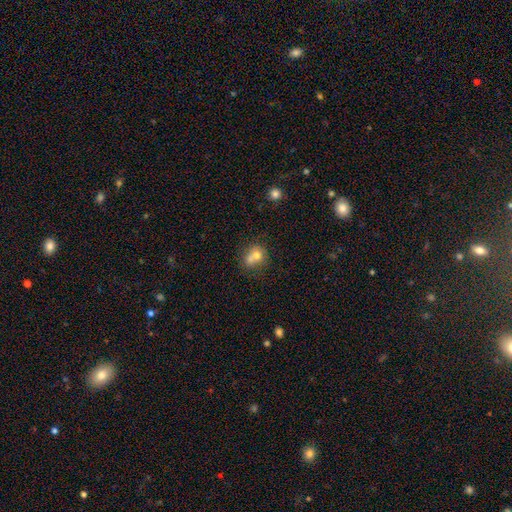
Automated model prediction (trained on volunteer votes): smooth-or-featured: smooth: 70% | featured or disk: 19% | star or artifact: 11%
  how-rounded: round: 71% | in between: 28% | cigar-shaped: 1%
  merging: merger: 54% | none: 32% | minor disturbance: 9% | major disturbance: 4%